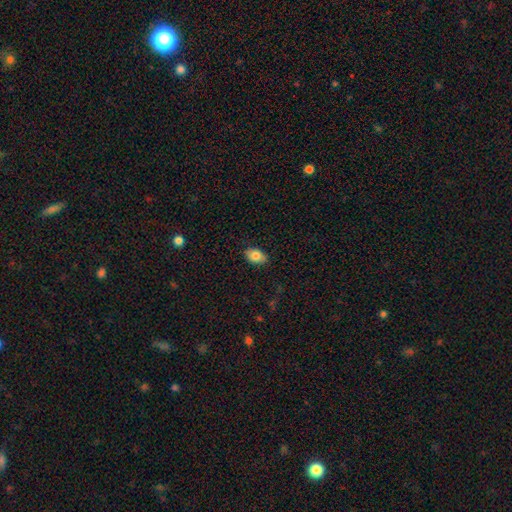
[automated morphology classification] Smooth or featured? Predicted: smooth (p=0.81). How rounded? Predicted: in between (p=0.87). Merging? Predicted: none (p=0.85).